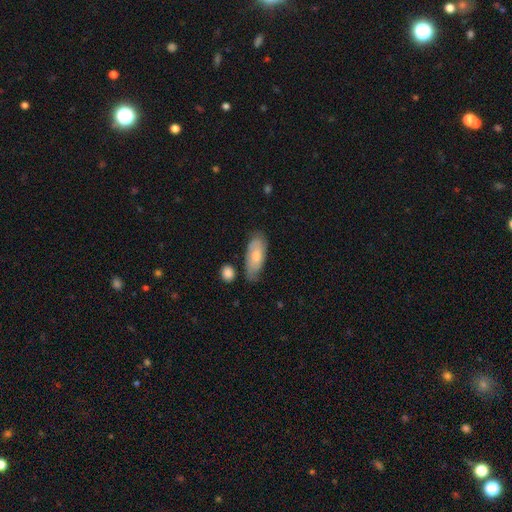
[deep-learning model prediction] Smooth or featured? smooth (65%)
How rounded? in between (83%)
Merging? none (64%)